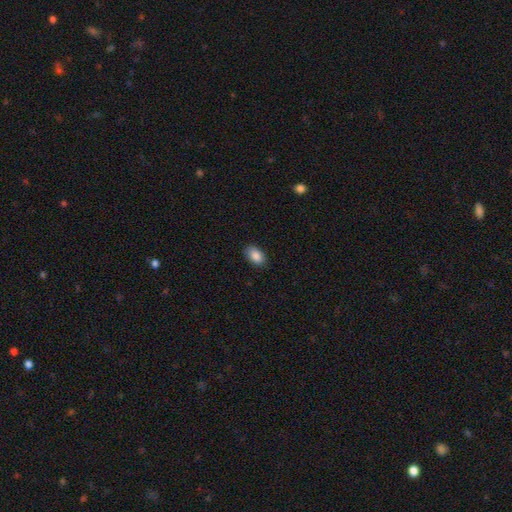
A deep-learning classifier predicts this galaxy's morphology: smooth-or-featured: smooth: 88% | star or artifact: 8% | featured or disk: 5%
  how-rounded: in between: 89% | round: 9% | cigar-shaped: 1%
  merging: none: 85% | minor disturbance: 12% | major disturbance: 2% | merger: 1%